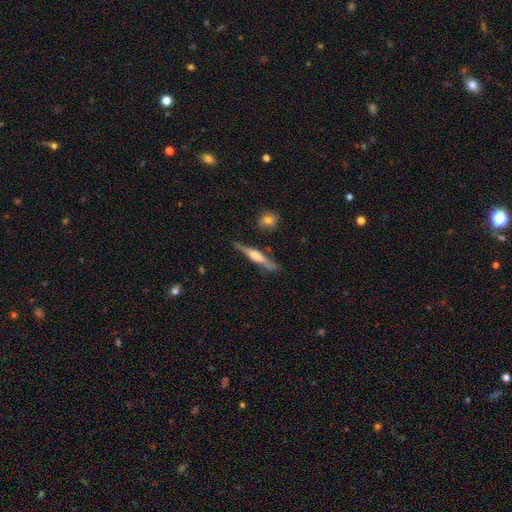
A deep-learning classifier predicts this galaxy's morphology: A featured or disk galaxy (64%) viewed edge-on (96%) with a rounded central bulge (62%).

Vote fractions:
- Smooth or featured? featured or disk: 64% / smooth: 30% / star or artifact: 6%
- Edge-on disk? yes: 96% / no: 4%
- Edge-on bulge? rounded: 62% / boxy: 30% / none: 8%
- Merging? none: 80% / minor disturbance: 13% / major disturbance: 3% / merger: 3%